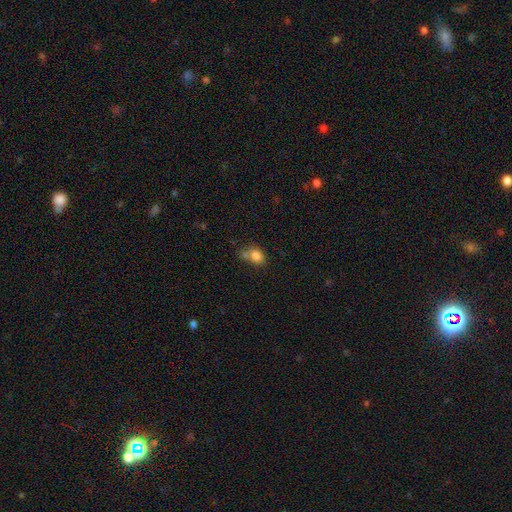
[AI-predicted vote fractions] This is clearly a smooth galaxy (81%). How rounded: possibly in between (60%). Merging: possibly none (47%).